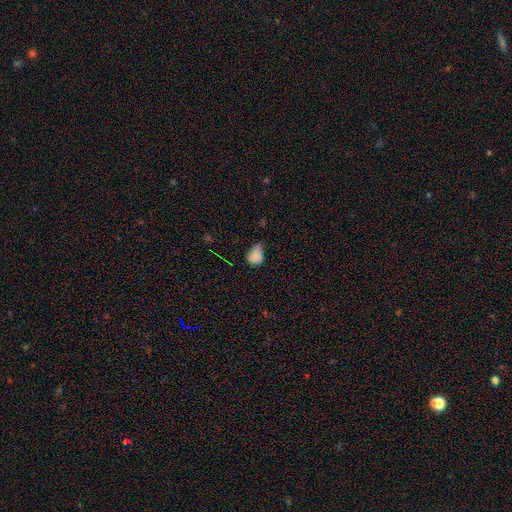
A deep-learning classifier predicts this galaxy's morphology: Smooth or featured: smooth — 74% (featured or disk — 14%)
How rounded: in between — 73% (round — 26%)
Merging: minor disturbance — 47% (none — 28%)